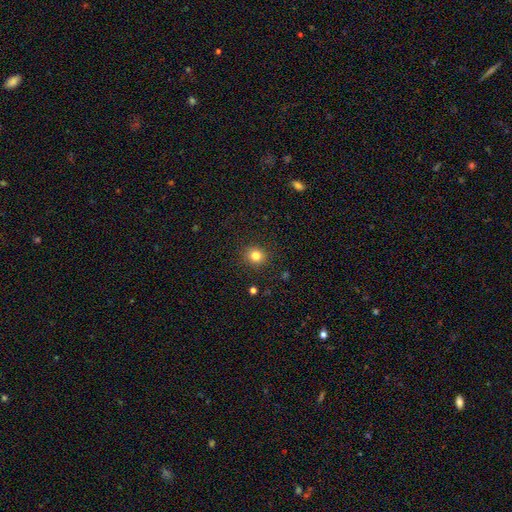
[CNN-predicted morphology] Smooth or featured?
  - smooth: 82% *
  - star or artifact: 12%
  - featured or disk: 6%
How rounded?
  - round: 84% *
  - in between: 15%
  - cigar-shaped: 1%
Merging?
  - none: 90% *
  - minor disturbance: 7%
  - major disturbance: 2%
  - merger: 1%